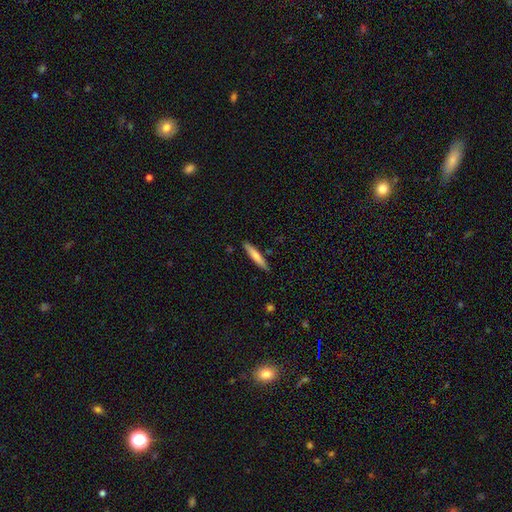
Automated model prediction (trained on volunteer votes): Smooth or featured? smooth (70%)
How rounded? cigar-shaped (92%)
Merging? none (88%)